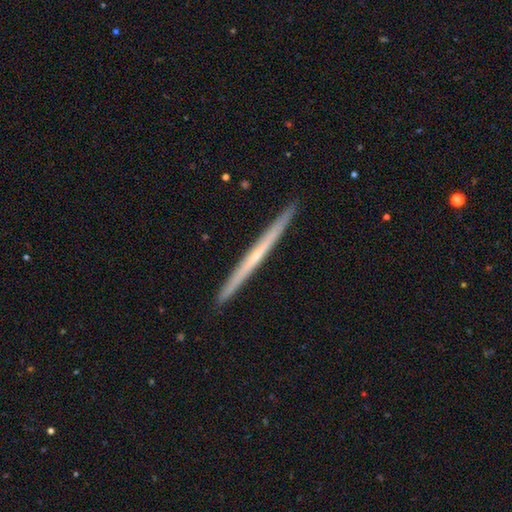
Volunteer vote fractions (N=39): Overall: featured or disk (72%). Edge-on disk: yes (100%). Edge-on bulge: none (75%). Merging: none (100%).